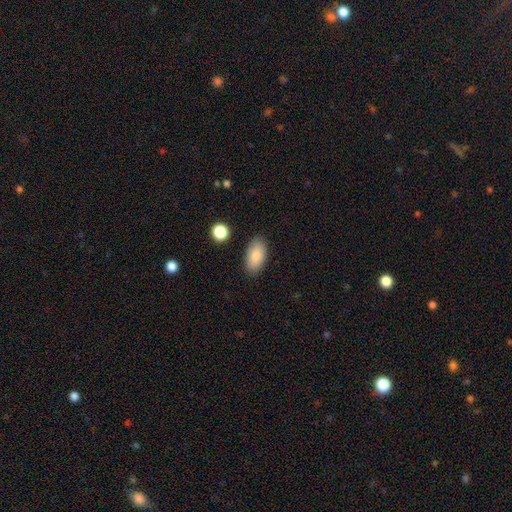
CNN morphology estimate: A smooth galaxy with no disk features (85%) that is in between round and cigar-shaped (94%).

Vote fractions:
- Smooth or featured? smooth: 85% / featured or disk: 8% / star or artifact: 7%
- How rounded? in between: 94% / round: 3% / cigar-shaped: 3%
- Merging? none: 86% / minor disturbance: 10% / major disturbance: 2% / merger: 2%